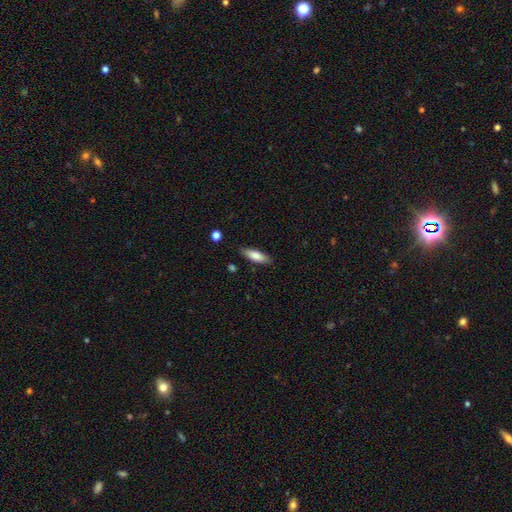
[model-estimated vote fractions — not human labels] smooth_or_featured: smooth (p=0.80) [alt: featured or disk p=0.14]
how_rounded: in between (p=0.54) [alt: cigar-shaped p=0.45]
merging: none (p=0.85) [alt: minor disturbance p=0.11]